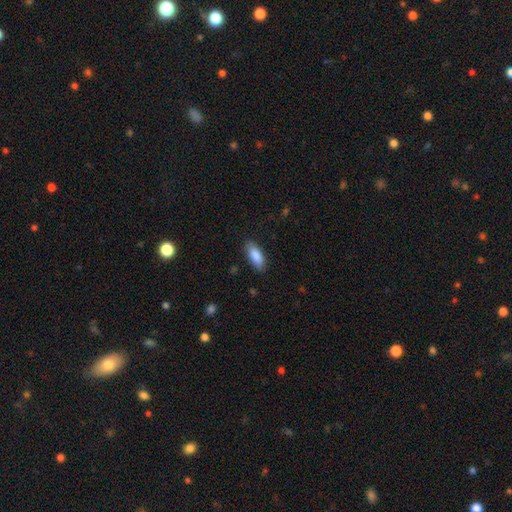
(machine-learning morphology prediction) Smooth or featured?
  - smooth: 88% *
  - featured or disk: 6%
  - star or artifact: 6%
How rounded?
  - in between: 79% *
  - cigar-shaped: 19%
  - round: 2%
Merging?
  - none: 85% *
  - minor disturbance: 12%
  - major disturbance: 3%
  - merger: 1%